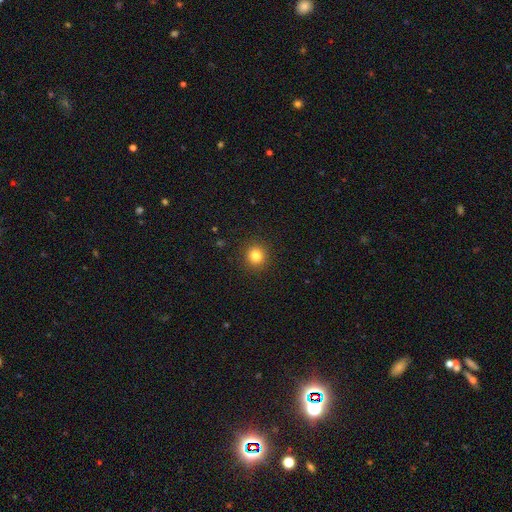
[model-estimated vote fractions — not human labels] smooth_or_featured: smooth (p=0.83) [alt: star or artifact p=0.12]
how_rounded: round (p=0.93) [alt: in between p=0.07]
merging: none (p=0.92) [alt: minor disturbance p=0.05]